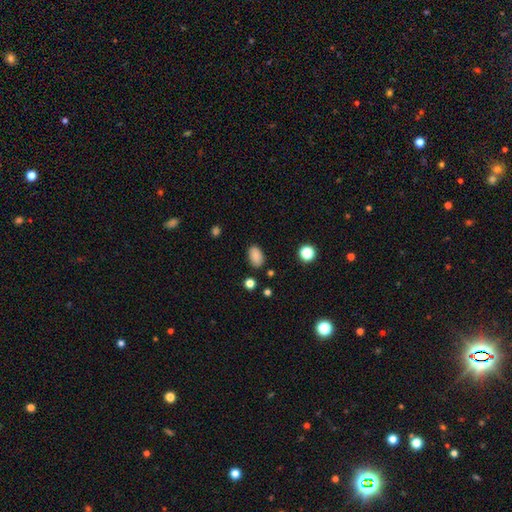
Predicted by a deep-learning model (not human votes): Smooth or featured? Predicted: smooth (p=0.87). How rounded? Predicted: in between (p=0.90). Merging? Predicted: none (p=0.84).